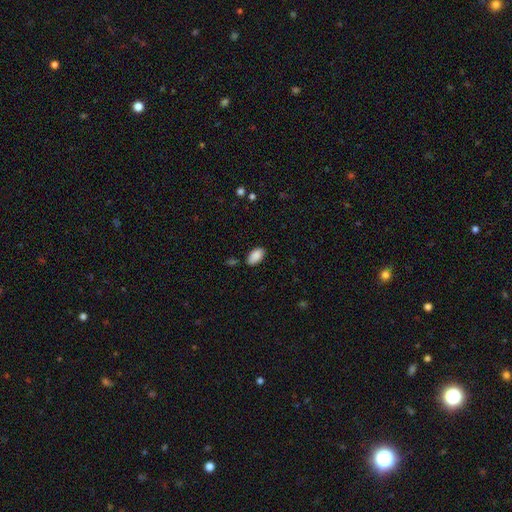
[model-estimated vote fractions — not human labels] Smooth or featured? smooth (89%)
How rounded? in between (95%)
Merging? none (81%)